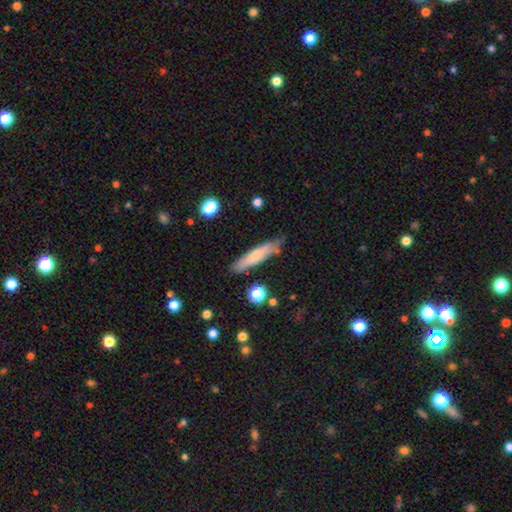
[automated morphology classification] smooth-or-featured: smooth: 63% | featured or disk: 31% | star or artifact: 6%
  how-rounded: cigar-shaped: 84% | in between: 14% | round: 2%
  merging: none: 75% | minor disturbance: 18% | merger: 4% | major disturbance: 3%